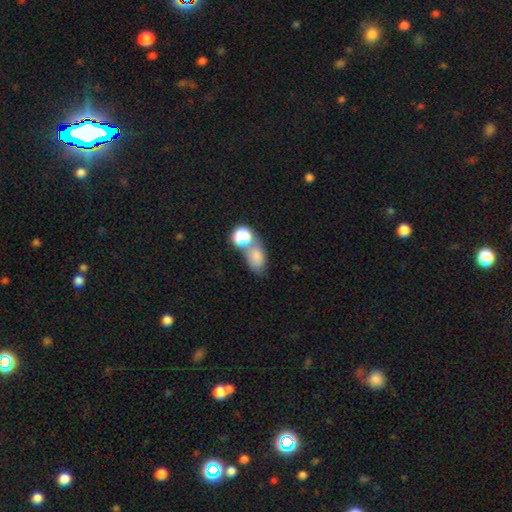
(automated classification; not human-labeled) Smooth or featured: smooth — 77% (star or artifact — 13%)
How rounded: in between — 79% (round — 19%)
Merging: none — 41% (merger — 38%)